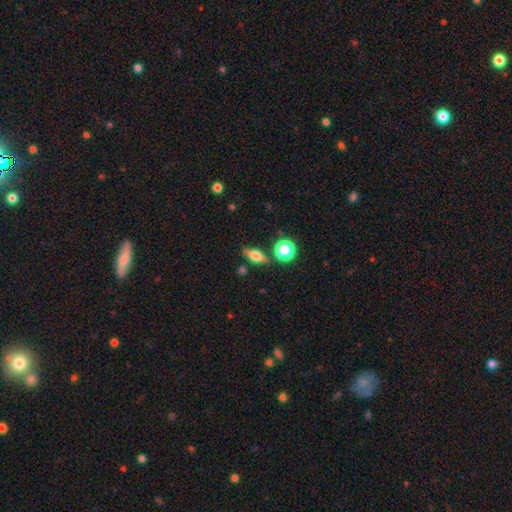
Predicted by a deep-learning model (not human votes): This is likely a smooth galaxy (65%). How rounded: likely in between (64%). Merging: clearly none (81%).